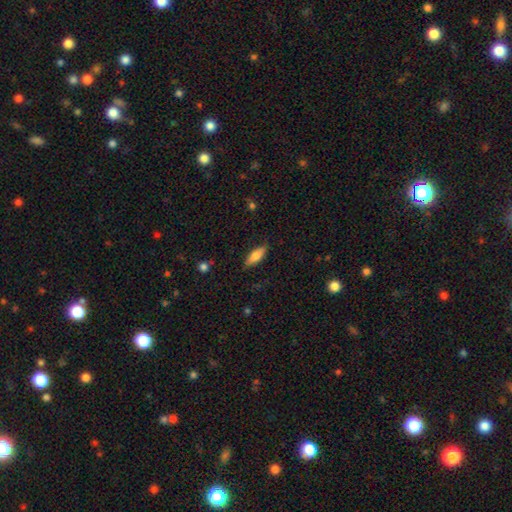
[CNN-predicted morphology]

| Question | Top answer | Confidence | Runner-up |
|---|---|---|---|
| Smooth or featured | smooth | 74% | featured or disk (20%) |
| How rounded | in between | 63% | cigar-shaped (34%) |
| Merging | none | 84% | minor disturbance (12%) |